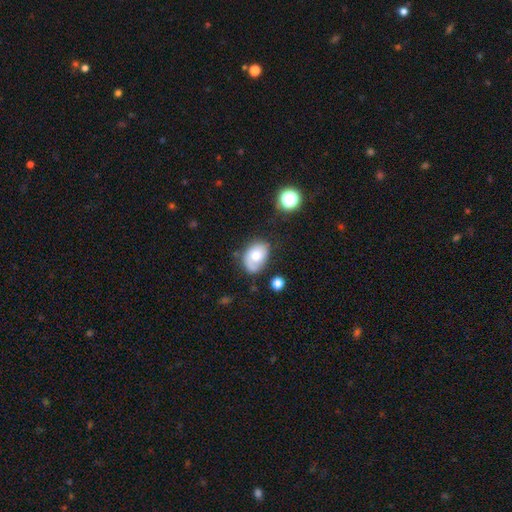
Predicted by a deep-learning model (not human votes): A smooth galaxy with no disk features (63%) that is in between round and cigar-shaped (80%). Merging: none (54%).